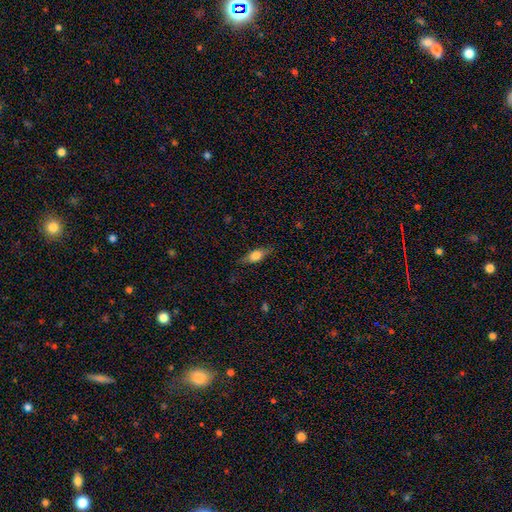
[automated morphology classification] Smooth or featured: smooth — 67% (featured or disk — 26%)
How rounded: in between — 72% (cigar-shaped — 22%)
Merging: none — 79% (minor disturbance — 16%)